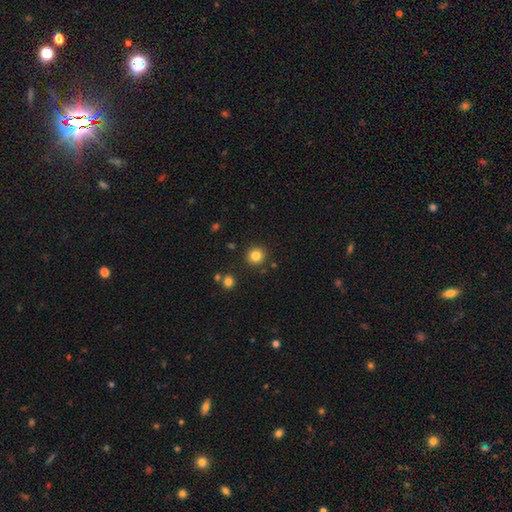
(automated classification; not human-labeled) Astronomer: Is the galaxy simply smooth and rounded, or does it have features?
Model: smooth — 83%.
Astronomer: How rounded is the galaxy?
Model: round — 93%.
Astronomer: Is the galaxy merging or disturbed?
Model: none — 89%.